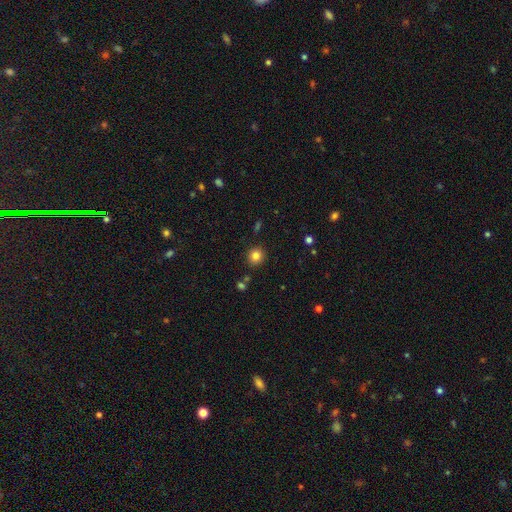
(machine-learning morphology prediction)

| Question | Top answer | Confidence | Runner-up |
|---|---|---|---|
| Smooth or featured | smooth | 83% | star or artifact (12%) |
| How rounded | round | 90% | in between (9%) |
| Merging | none | 88% | minor disturbance (7%) |